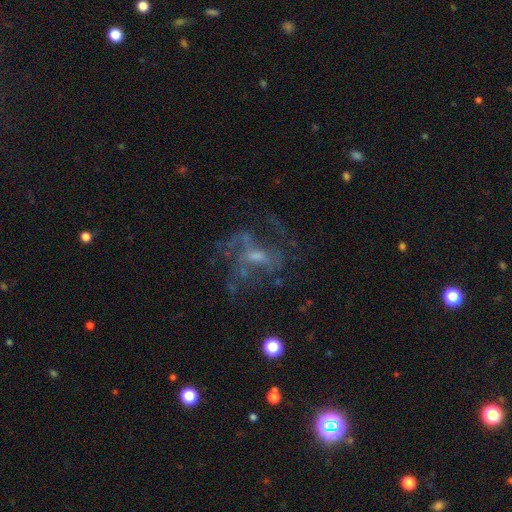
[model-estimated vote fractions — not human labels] The model was most divided on "bar": no: 48%, weak: 41%, strong: 11%. Remaining: edge-on disk — no (96%); smooth or featured — featured or disk (70%); spiral arms — yes (58%); merging — none (47%); bulge size — small (44%).